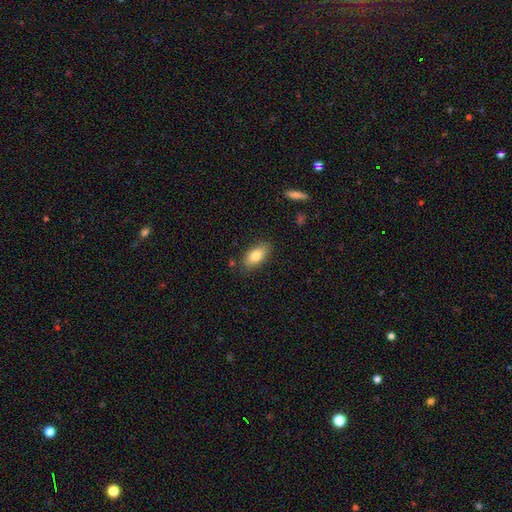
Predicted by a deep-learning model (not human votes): smooth-or-featured: smooth: 82% | featured or disk: 11% | star or artifact: 7%
  how-rounded: in between: 89% | cigar-shaped: 8% | round: 3%
  merging: none: 83% | minor disturbance: 12% | major disturbance: 3% | merger: 2%